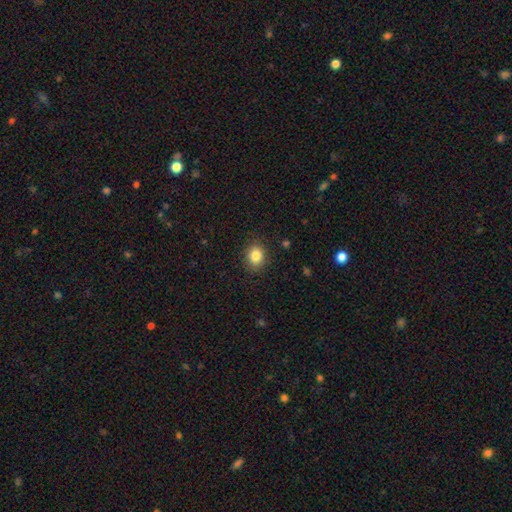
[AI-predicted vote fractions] Smooth or featured: smooth — 84% (star or artifact — 10%)
How rounded: round — 62% (in between — 37%)
Merging: none — 89% (minor disturbance — 8%)